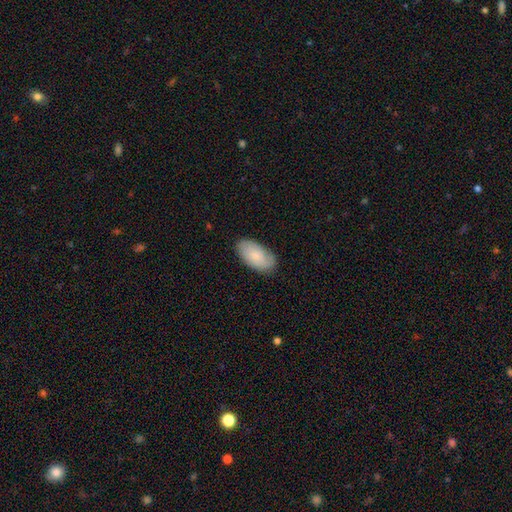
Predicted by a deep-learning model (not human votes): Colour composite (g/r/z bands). It shows a smooth galaxy with no disk features (72%) that is in between round and cigar-shaped (95%). Merging: none (79%).